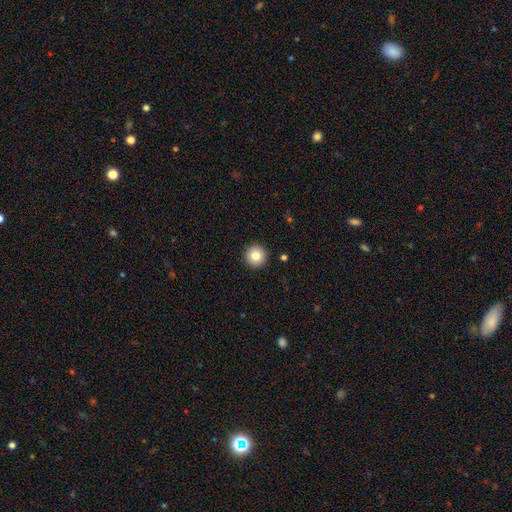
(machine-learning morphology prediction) A smooth galaxy with no disk features (82%) that is round (96%).

Vote fractions:
- Smooth or featured? smooth: 82% / star or artifact: 10% / featured or disk: 8%
- How rounded? round: 96% / in between: 3% / cigar-shaped: 1%
- Merging? none: 93% / minor disturbance: 4% / major disturbance: 1% / merger: 1%